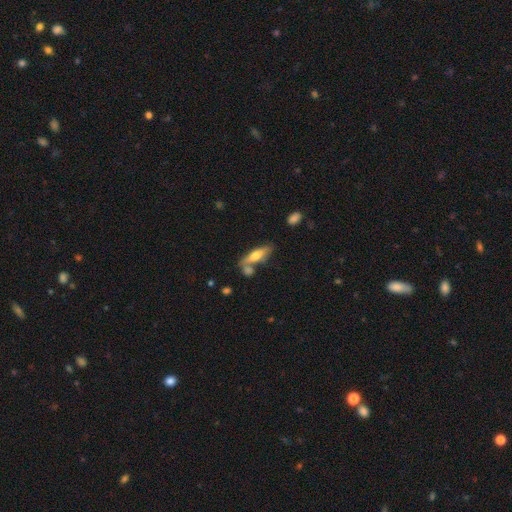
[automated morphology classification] smooth 59%, featured or disk 34%, star or artifact 6%. Down the decision tree: how rounded — in between (50%); merging — none (54%).